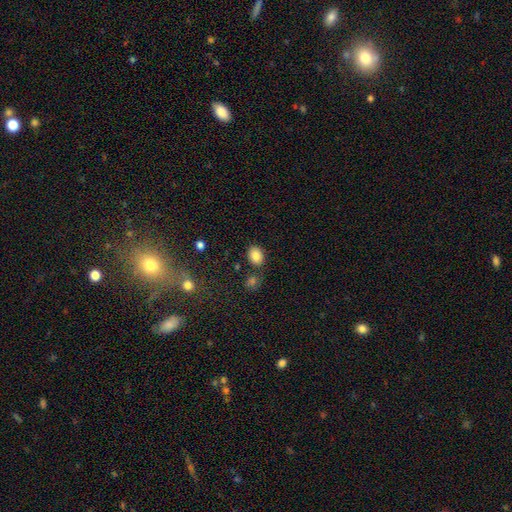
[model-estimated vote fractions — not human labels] smooth-or-featured: smooth: 84% | star or artifact: 9% | featured or disk: 6%
  how-rounded: in between: 67% | round: 32% | cigar-shaped: 1%
  merging: none: 78% | minor disturbance: 11% | merger: 8% | major disturbance: 3%